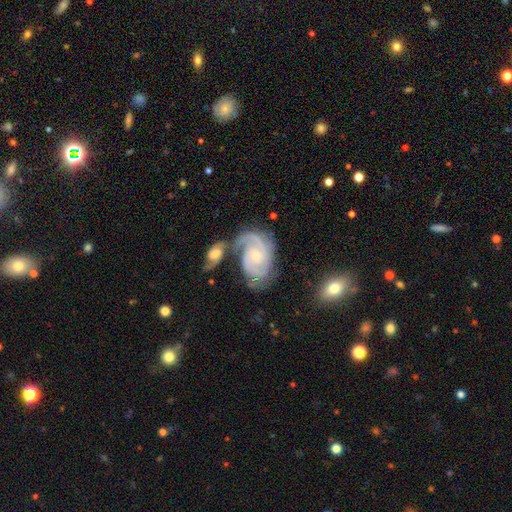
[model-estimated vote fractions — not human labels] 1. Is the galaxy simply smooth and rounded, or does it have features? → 88% featured or disk, 7% smooth, 5% star or artifact.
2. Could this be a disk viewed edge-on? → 97% no, 3% yes.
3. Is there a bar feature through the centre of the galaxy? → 65% no, 30% weak, 5% strong.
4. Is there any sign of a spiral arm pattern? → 97% yes, 3% no.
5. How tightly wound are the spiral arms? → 48% tight, 41% medium, 11% loose.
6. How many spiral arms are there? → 62% 2, 15% 3, 11% can't tell, 6% 1, 3% 4, 3% more than 4.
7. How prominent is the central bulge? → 69% small, 24% moderate, 5% none, 2% large, 1% dominant.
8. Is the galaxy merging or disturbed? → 42% none, 30% merger, 17% minor disturbance, 11% major disturbance.